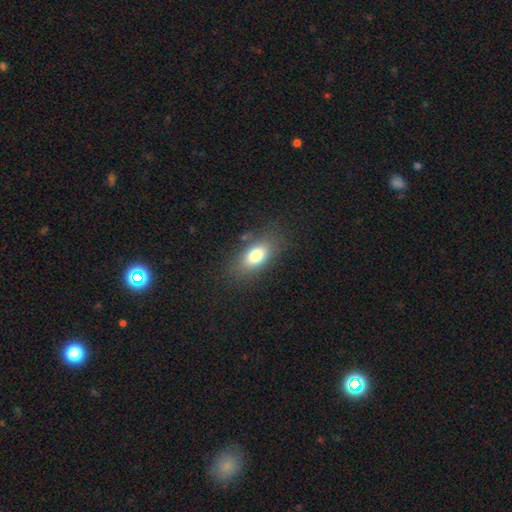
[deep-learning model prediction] Overall: smooth (77%). How rounded: in between (87%). Merging: none (80%).